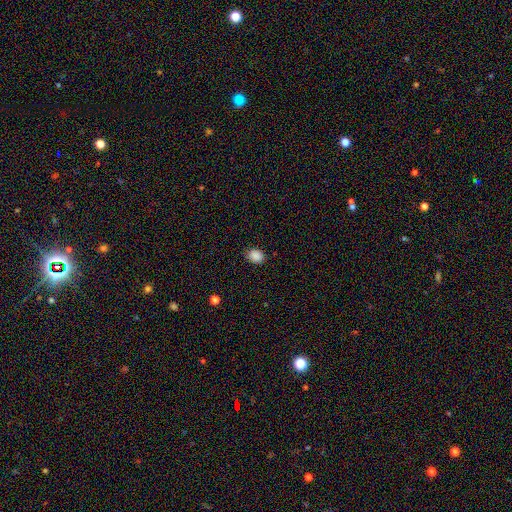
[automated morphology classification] Smooth or featured? smooth (88%)
How rounded? in between (53%)
Merging? none (84%)